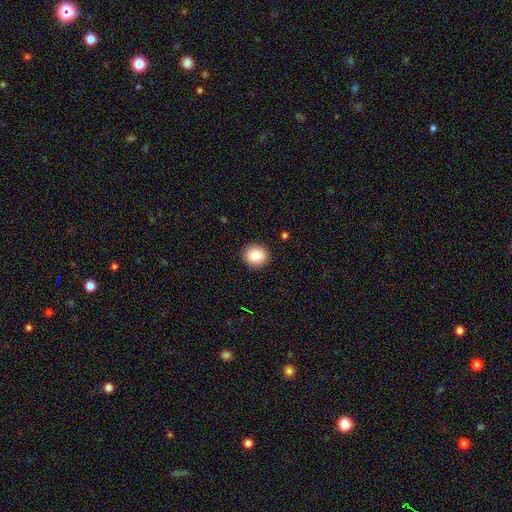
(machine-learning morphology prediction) type=smooth (82%); roundness=round (88%); merging=none (92%).